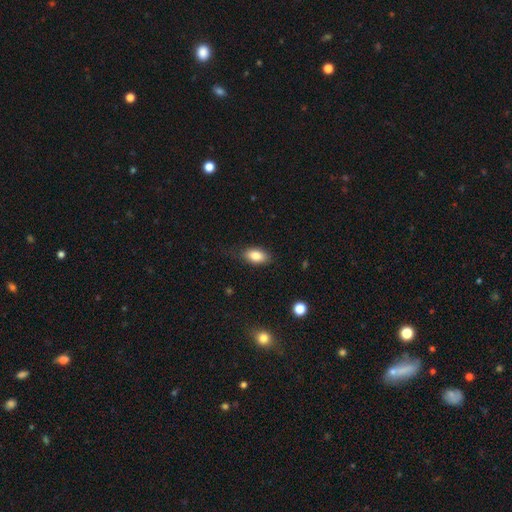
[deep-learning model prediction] smooth_or_featured: smooth (p=0.83) [alt: featured or disk p=0.09]
how_rounded: in between (p=0.90) [alt: round p=0.06]
merging: none (p=0.76) [alt: minor disturbance p=0.18]